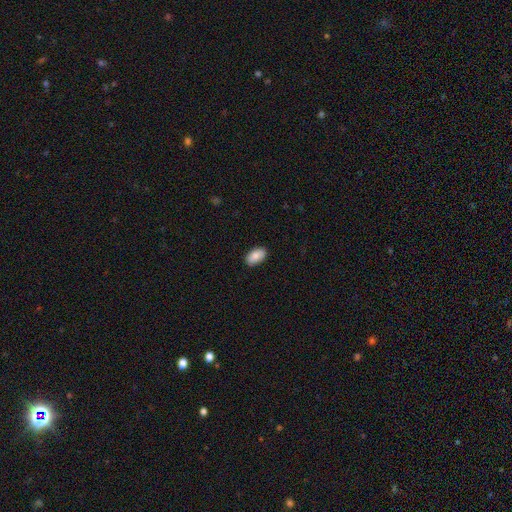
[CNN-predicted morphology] This appears to be a smooth galaxy with no disk features (84%) that is in between round and cigar-shaped (94%). Merging: none (88%).